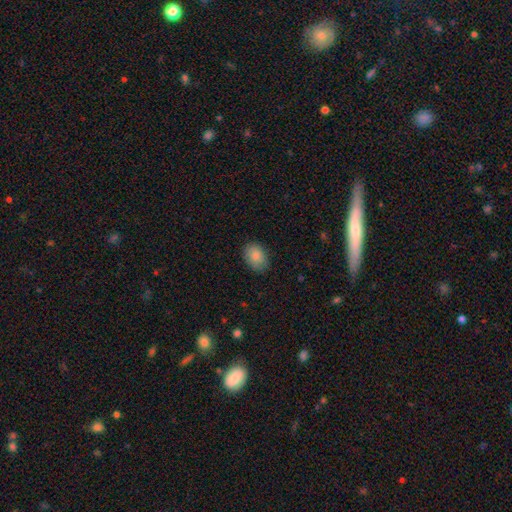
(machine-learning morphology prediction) A smooth galaxy with no disk features (87%) that is in between round and cigar-shaped (75%). Merging: none (84%).